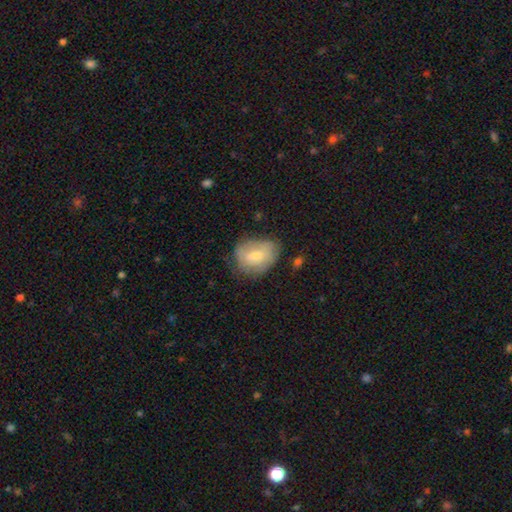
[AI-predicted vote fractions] smooth_or_featured: smooth (p=0.65) [alt: featured or disk p=0.28]
how_rounded: in between (p=0.64) [alt: round p=0.35]
merging: none (p=0.56) [alt: minor disturbance p=0.30]